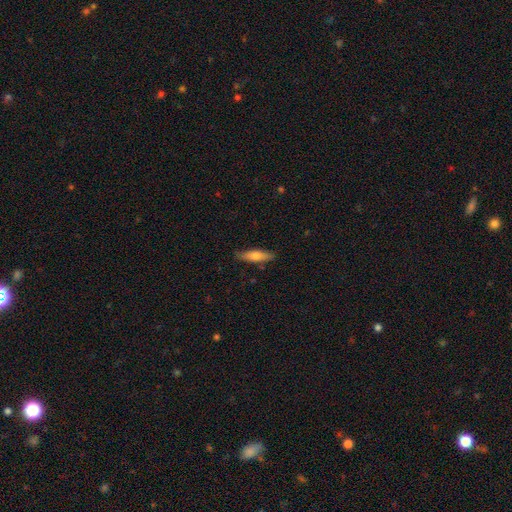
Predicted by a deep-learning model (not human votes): smooth 65%, featured or disk 29%, star or artifact 6%. Down the decision tree: how rounded — cigar-shaped (69%); merging — none (83%).